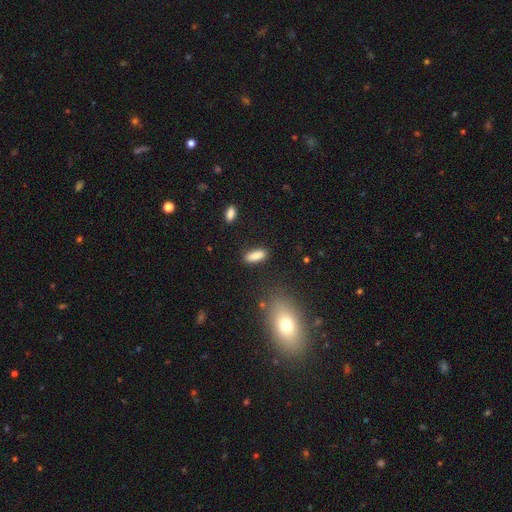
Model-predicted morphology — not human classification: Smooth or featured: smooth — 86% (star or artifact — 7%)
How rounded: in between — 70% (cigar-shaped — 28%)
Merging: none — 85% (minor disturbance — 10%)